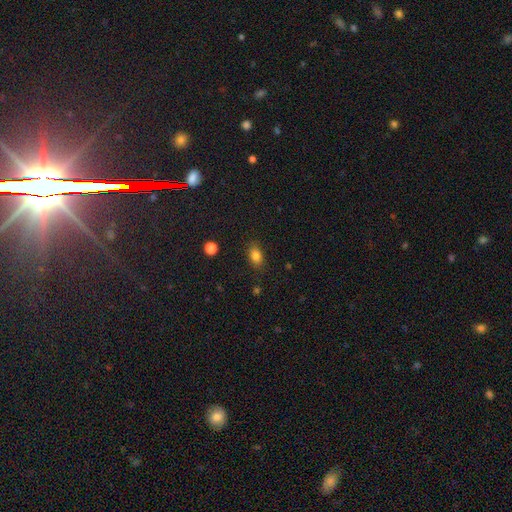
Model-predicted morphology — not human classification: Smooth or featured: smooth — 83% (star or artifact — 11%)
How rounded: in between — 80% (round — 18%)
Merging: none — 84% (minor disturbance — 12%)